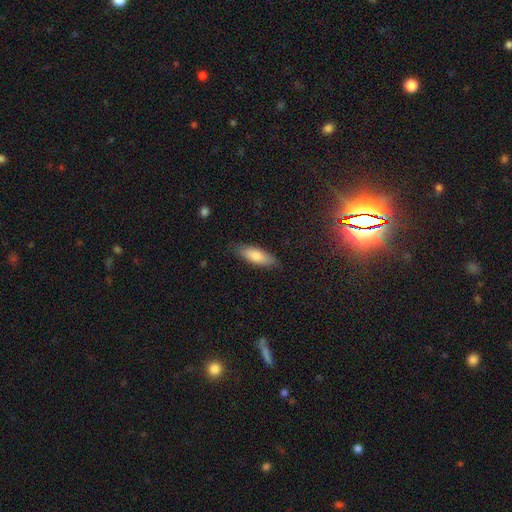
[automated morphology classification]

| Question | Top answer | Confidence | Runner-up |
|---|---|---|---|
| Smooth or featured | smooth | 80% | featured or disk (14%) |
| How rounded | in between | 62% | cigar-shaped (36%) |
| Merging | none | 83% | minor disturbance (14%) |